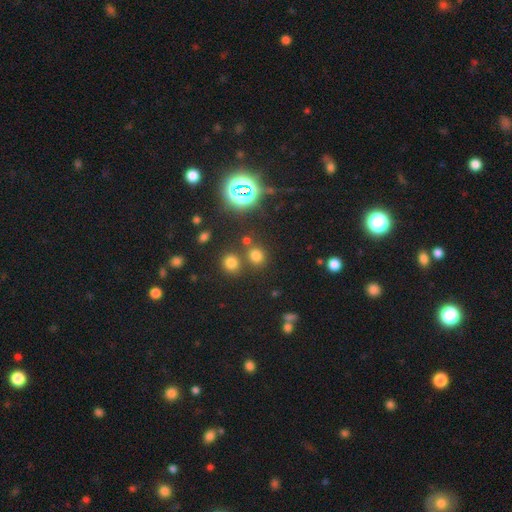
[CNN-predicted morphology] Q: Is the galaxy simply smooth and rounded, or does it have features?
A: smooth — 66%.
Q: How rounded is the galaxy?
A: round — 81%.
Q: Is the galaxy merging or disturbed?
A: none — 75%.